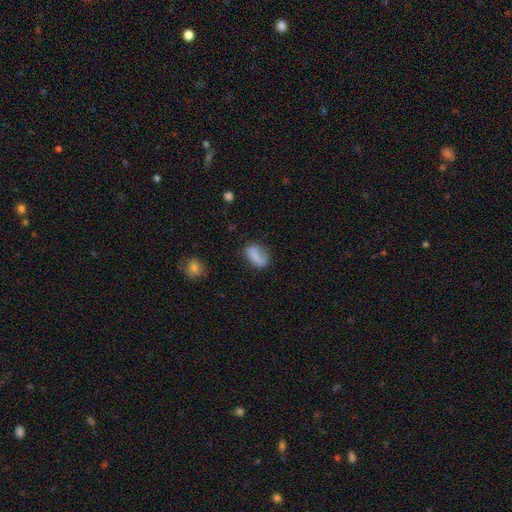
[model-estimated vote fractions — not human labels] Smooth or featured? Predicted: smooth (p=0.74). How rounded? Predicted: in between (p=0.80). Merging? Predicted: none (p=0.57).